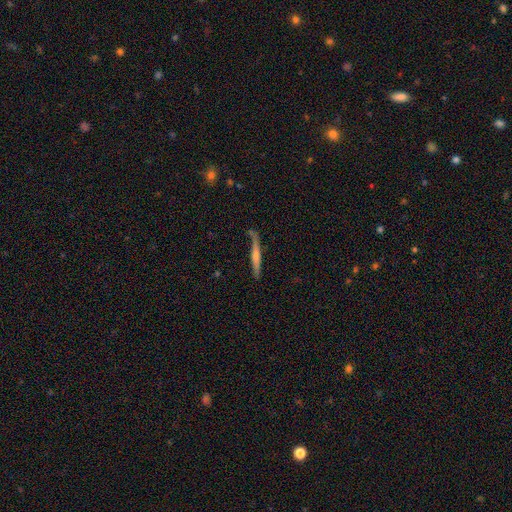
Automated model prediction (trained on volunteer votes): Morphology: type=featured or disk (69%); edge-on=yes (95%); edge-on bulge=rounded (69%); merging=none (77%).